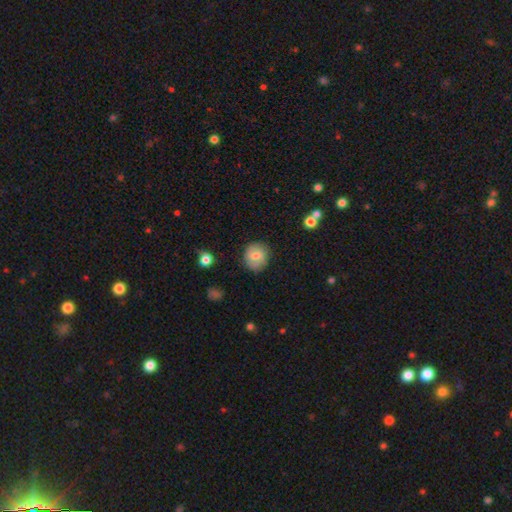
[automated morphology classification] A smooth galaxy with no disk features (65%) that is round (83%).

Vote fractions:
- Smooth or featured? smooth: 65% / featured or disk: 27% / star or artifact: 8%
- How rounded? round: 83% / in between: 16% / cigar-shaped: 1%
- Merging? none: 84% / minor disturbance: 12% / major disturbance: 3% / merger: 2%